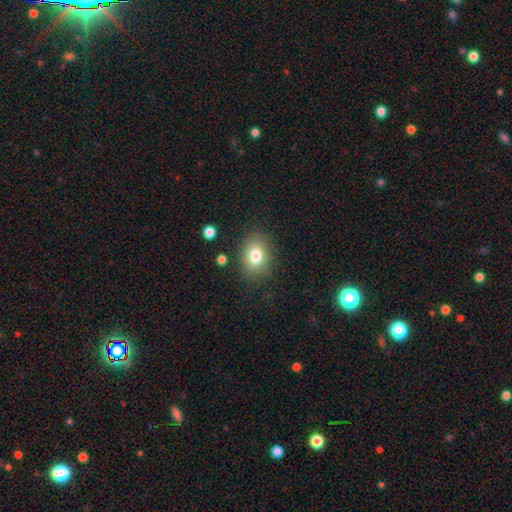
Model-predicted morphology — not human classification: type=smooth (79%); roundness=in between (67%); merging=none (83%).